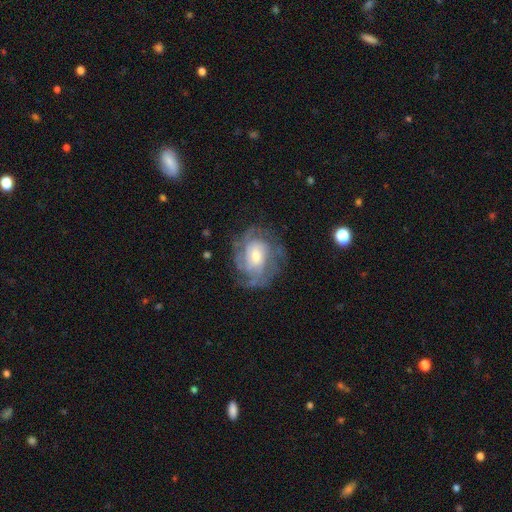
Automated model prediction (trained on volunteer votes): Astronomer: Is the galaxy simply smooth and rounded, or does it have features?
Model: featured or disk — 78%.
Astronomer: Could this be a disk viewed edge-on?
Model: no — 97%.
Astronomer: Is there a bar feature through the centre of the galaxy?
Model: no — 56% (runner-up: weak, 36%).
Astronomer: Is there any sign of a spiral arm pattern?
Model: yes — 89%.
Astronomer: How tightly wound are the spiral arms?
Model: tight — 58%.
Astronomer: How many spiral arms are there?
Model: can't tell — 44%.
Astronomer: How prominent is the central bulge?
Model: moderate — 51% (runner-up: small, 39%).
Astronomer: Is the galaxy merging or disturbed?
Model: none — 69%.